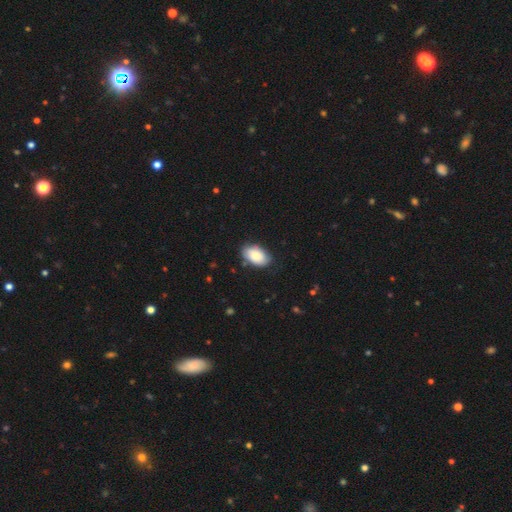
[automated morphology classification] A smooth galaxy with no disk features (85%) that is in between round and cigar-shaped (93%).

Vote fractions:
- Smooth or featured? smooth: 85% / featured or disk: 9% / star or artifact: 6%
- How rounded? in between: 93% / round: 6% / cigar-shaped: 1%
- Merging? none: 78% / minor disturbance: 17% / major disturbance: 3% / merger: 1%